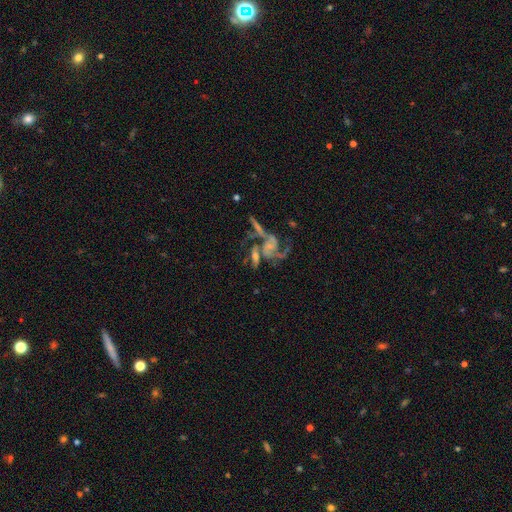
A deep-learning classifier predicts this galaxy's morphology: smooth-or-featured: featured or disk: 79% | smooth: 11% | star or artifact: 10%
  disk-edge-on: no: 93% | yes: 7%
    bar: no: 66% | weak: 25% | strong: 9%
    has-spiral-arms: yes: 89% | no: 11%
      spiral-winding: medium: 42% | loose: 38% | tight: 20%
      spiral-arm-count: 2: 54% | can't tell: 16% | 3: 15% | 1: 8% | 4: 4% | more than 4: 4%
    bulge-size: small: 54% | moderate: 22% | none: 20% | large: 3% | dominant: 2%
  merging: merger: 44% | none: 26% | major disturbance: 19% | minor disturbance: 12%